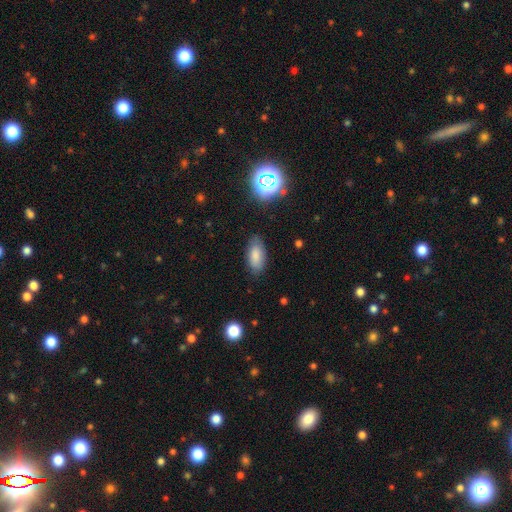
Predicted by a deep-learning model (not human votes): Q: Smooth or featured?
A: smooth (83%); runner-up: featured or disk (9%)
Q: How rounded?
A: in between (89%); runner-up: cigar-shaped (8%)
Q: Merging?
A: none (81%); runner-up: minor disturbance (14%)